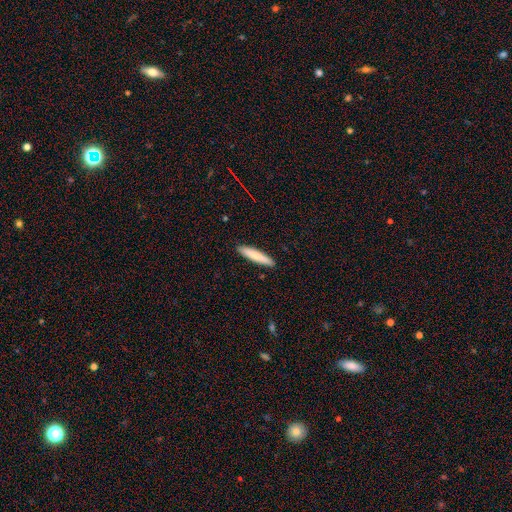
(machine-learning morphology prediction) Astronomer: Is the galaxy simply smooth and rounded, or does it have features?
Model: smooth — 78%.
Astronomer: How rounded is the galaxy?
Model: cigar-shaped — 89%.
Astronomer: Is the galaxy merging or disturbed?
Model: none — 91%.